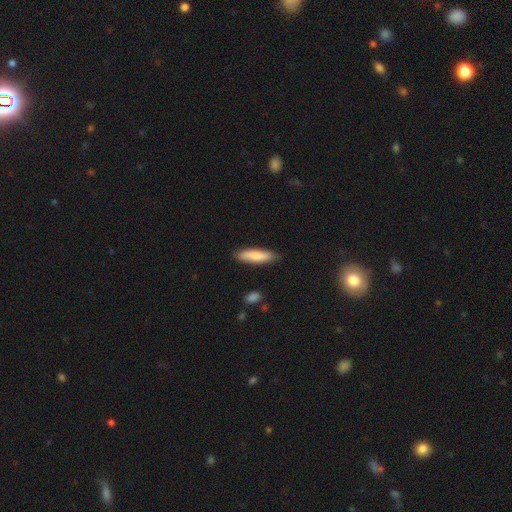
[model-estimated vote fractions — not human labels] This appears to be a smooth galaxy with no disk features (80%) that is cigar-shaped (70%). Merging: none (84%).